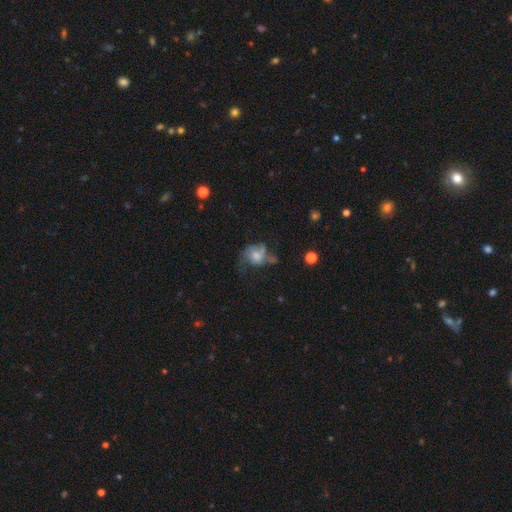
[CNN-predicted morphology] Overall: smooth (50%; featured or disk 40%). How rounded: round (55%; in between 44%). Merging: major disturbance (37%; none 28%).